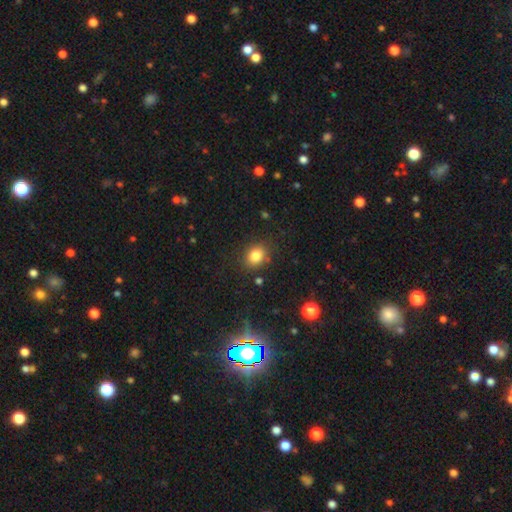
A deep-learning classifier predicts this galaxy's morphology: Smooth or featured? Predicted: smooth (p=0.82). How rounded? Predicted: round (p=0.52). Merging? Predicted: none (p=0.83).